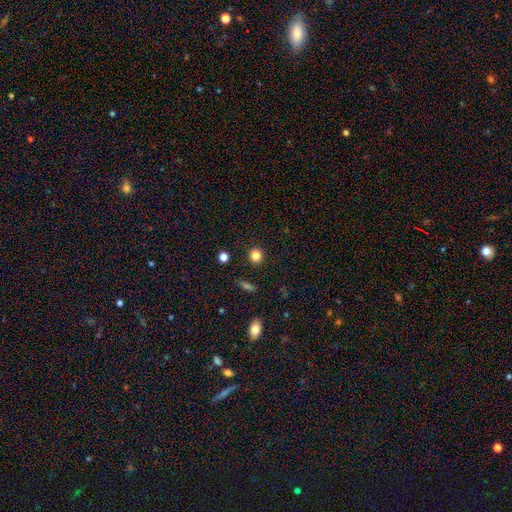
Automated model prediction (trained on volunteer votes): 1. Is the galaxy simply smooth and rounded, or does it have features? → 84% smooth, 12% star or artifact, 5% featured or disk.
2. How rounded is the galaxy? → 91% round, 8% in between, 1% cigar-shaped.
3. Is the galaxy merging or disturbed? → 92% none, 5% minor disturbance, 2% major disturbance, 1% merger.